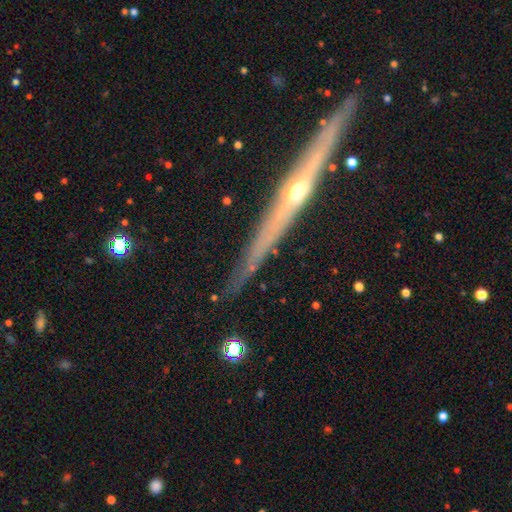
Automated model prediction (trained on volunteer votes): smooth-or-featured: featured or disk: 72% | smooth: 19% | star or artifact: 9%
  disk-edge-on: yes: 95% | no: 5%
    edge-on-bulge: rounded: 78% | none: 19% | boxy: 3%
  merging: none: 83% | minor disturbance: 12% | major disturbance: 3% | merger: 2%